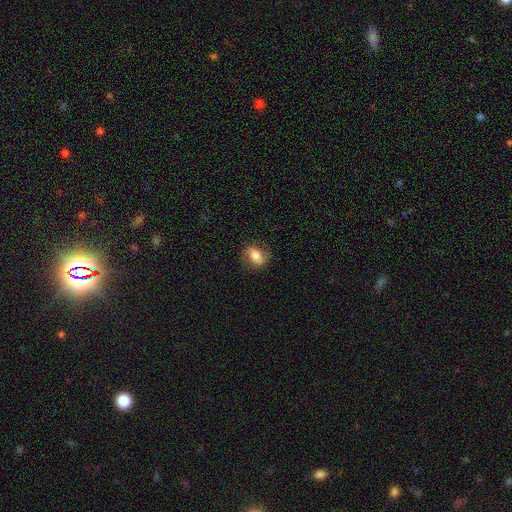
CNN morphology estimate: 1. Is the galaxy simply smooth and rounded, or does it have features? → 70% smooth, 22% featured or disk, 8% star or artifact.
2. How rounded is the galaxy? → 77% in between, 18% round, 4% cigar-shaped.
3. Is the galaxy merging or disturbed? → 77% none, 16% minor disturbance, 6% major disturbance, 1% merger.